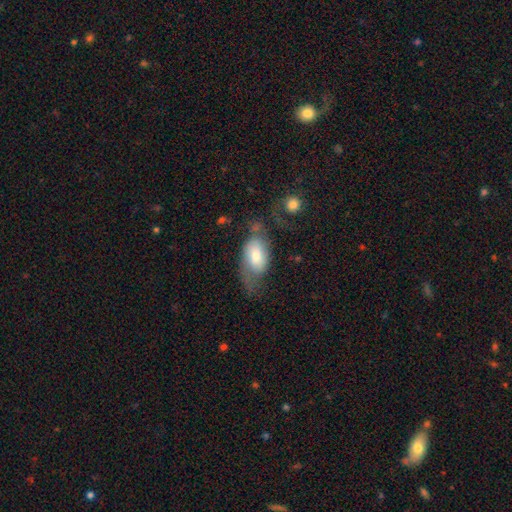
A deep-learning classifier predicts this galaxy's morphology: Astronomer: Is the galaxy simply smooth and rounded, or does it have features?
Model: smooth — 57% (runner-up: featured or disk, 37%).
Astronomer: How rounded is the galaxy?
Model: in between — 90%.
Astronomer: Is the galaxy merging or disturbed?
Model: none — 38% (runner-up: major disturbance, 28%).